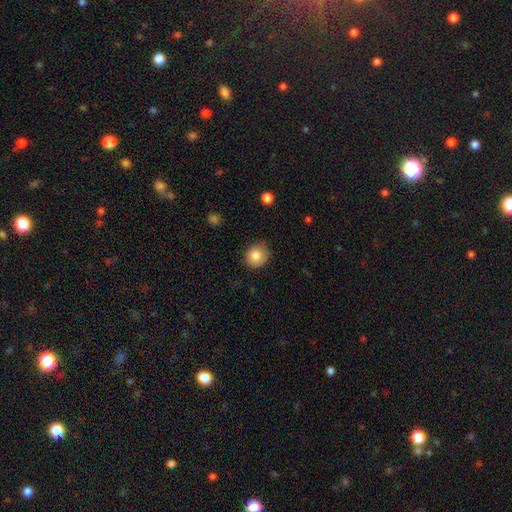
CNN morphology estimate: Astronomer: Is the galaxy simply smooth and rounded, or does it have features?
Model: smooth — 82%.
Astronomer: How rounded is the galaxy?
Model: round — 85%.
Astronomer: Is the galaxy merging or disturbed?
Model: none — 84%.